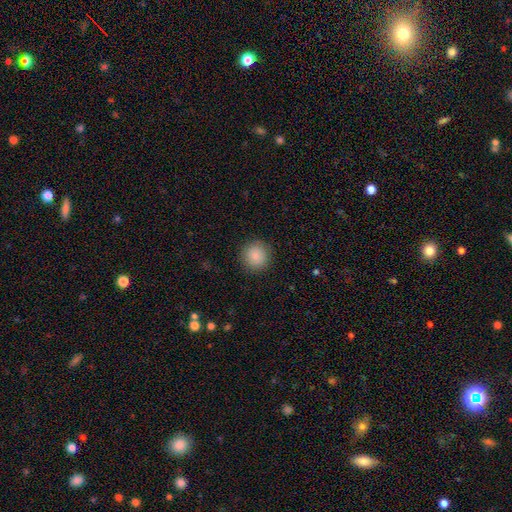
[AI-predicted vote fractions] smooth-or-featured: smooth: 87% | star or artifact: 8% | featured or disk: 4%
  how-rounded: round: 92% | in between: 7% | cigar-shaped: 1%
  merging: none: 90% | minor disturbance: 6% | major disturbance: 2% | merger: 1%